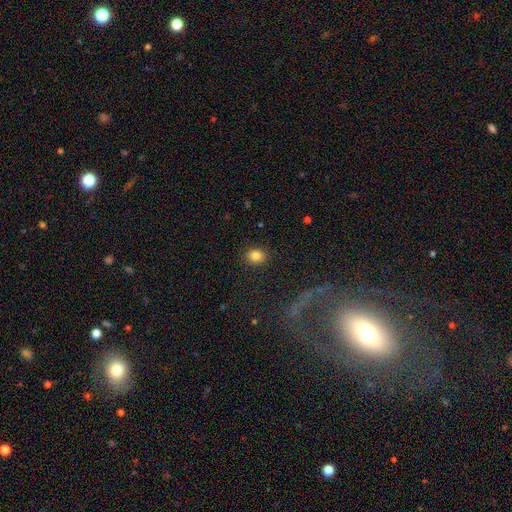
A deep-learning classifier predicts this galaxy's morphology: A smooth galaxy with no disk features (84%) that is round (63%). Merging: none (89%).